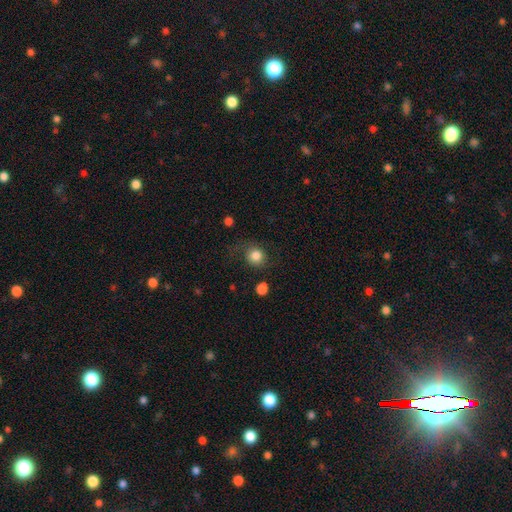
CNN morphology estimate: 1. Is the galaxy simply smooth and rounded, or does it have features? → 82% smooth, 9% star or artifact, 9% featured or disk.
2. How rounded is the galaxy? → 84% round, 15% in between, 1% cigar-shaped.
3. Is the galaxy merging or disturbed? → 67% none, 18% minor disturbance, 11% major disturbance, 3% merger.